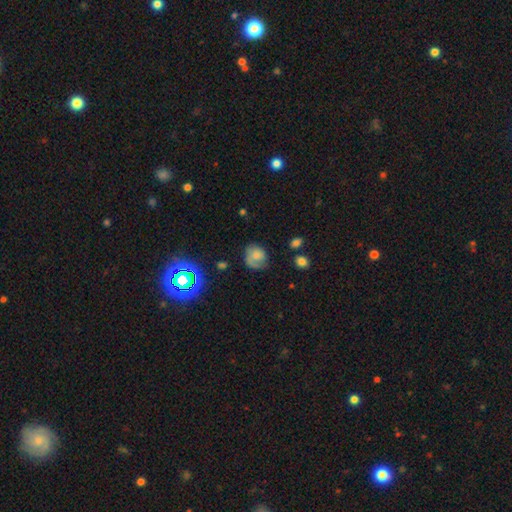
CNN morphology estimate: This appears to be a smooth galaxy with no disk features (53%) that is round (65%). Merging: none (52%).